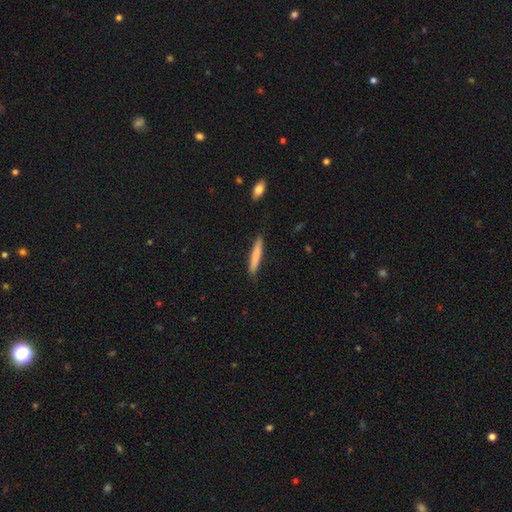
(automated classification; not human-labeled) Overall: smooth (77%). How rounded: cigar-shaped (93%). Merging: none (86%).